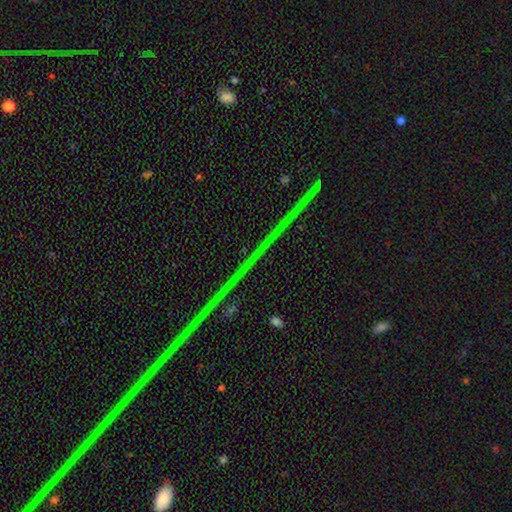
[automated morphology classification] Smooth or featured? star or artifact (85%)